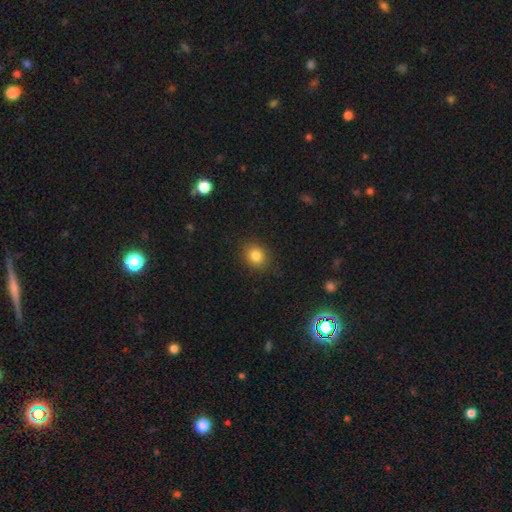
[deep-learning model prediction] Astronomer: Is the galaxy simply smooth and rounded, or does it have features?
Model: smooth — 84%.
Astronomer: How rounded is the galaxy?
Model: round — 72%.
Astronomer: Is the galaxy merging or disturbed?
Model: none — 86%.